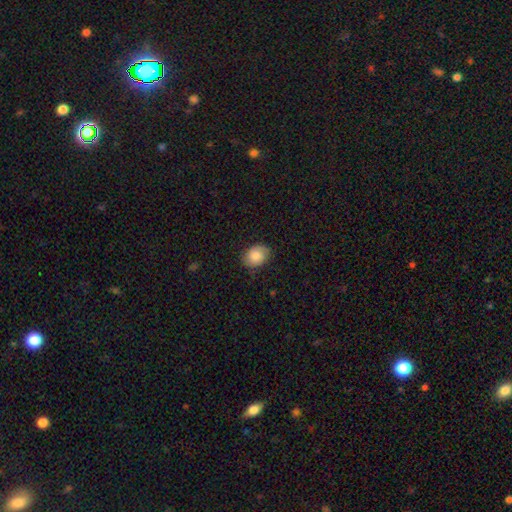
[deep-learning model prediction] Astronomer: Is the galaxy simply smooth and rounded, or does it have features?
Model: smooth — 78%.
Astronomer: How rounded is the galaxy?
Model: in between — 59% (runner-up: round, 40%).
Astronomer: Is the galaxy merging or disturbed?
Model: none — 79%.